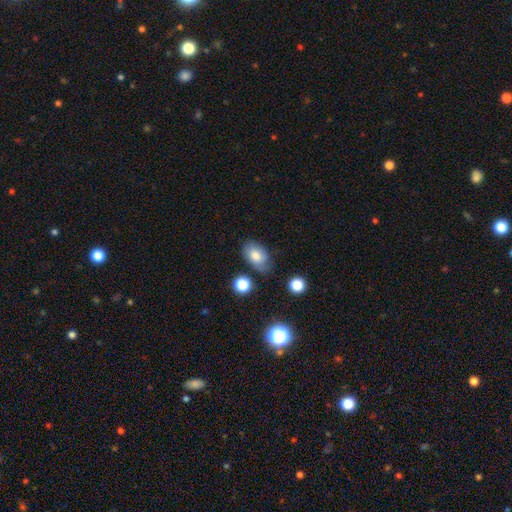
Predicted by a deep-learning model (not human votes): smooth 74%, featured or disk 16%, star or artifact 9%. Down the decision tree: how rounded — in between (87%); merging — none (61%).